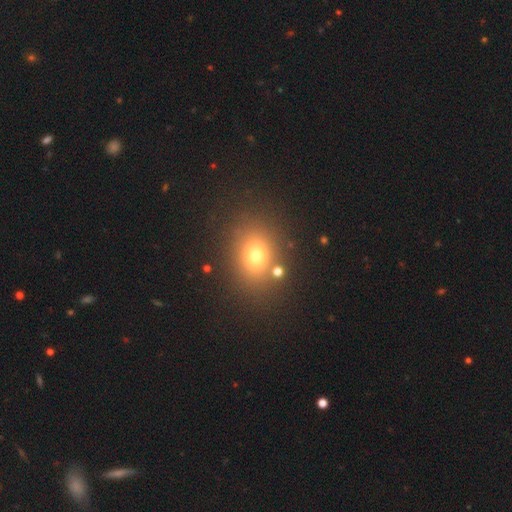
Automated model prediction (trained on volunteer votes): Overall: smooth (71%). How rounded: in between (51%; round 48%). Merging: none (80%).